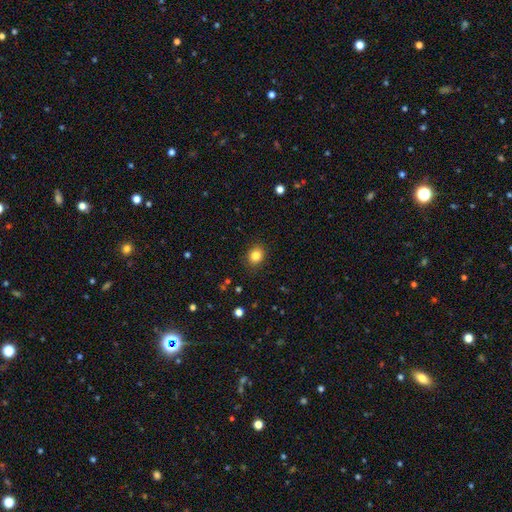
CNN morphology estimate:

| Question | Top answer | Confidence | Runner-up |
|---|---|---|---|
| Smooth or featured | smooth | 83% | star or artifact (11%) |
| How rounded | round | 68% | in between (31%) |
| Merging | none | 89% | minor disturbance (8%) |